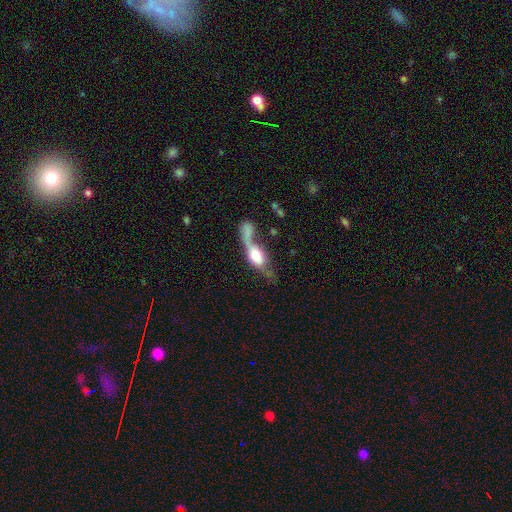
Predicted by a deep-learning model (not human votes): Overall: smooth (48%; featured or disk 44%). Merging: merger (38%; major disturbance 31%).